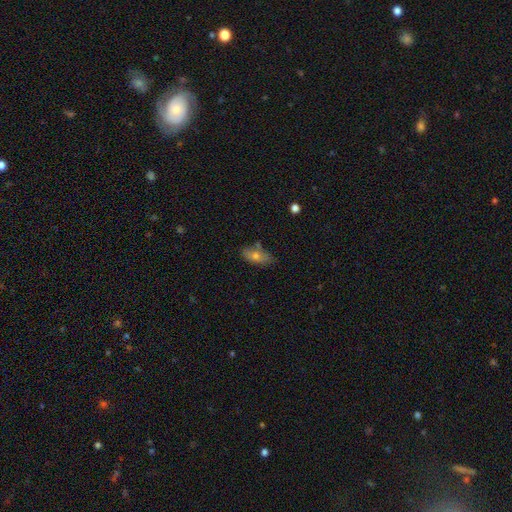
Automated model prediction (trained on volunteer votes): This is likely a smooth galaxy (67%). How rounded: likely in between (78%). Merging: likely none (70%).